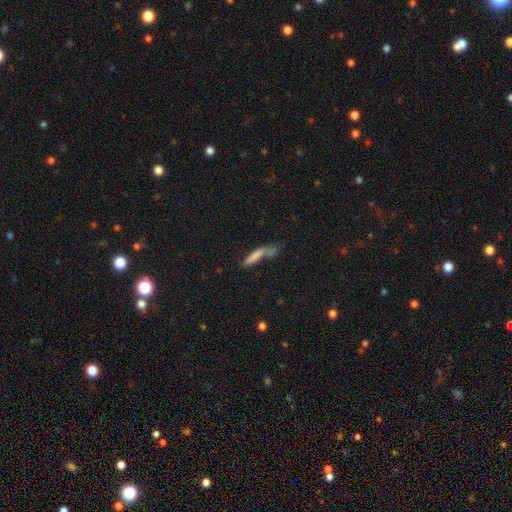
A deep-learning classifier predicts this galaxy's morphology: A smooth galaxy with no disk features (74%) that is cigar-shaped (84%). Merging: none (44%).